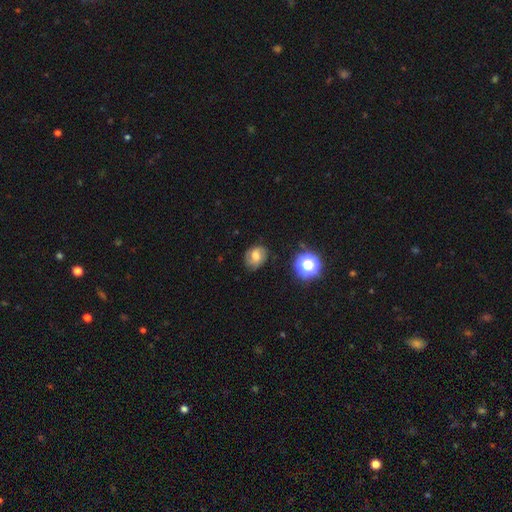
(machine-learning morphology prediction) type=smooth (62%); roundness=in between (51%); merging=none (70%).